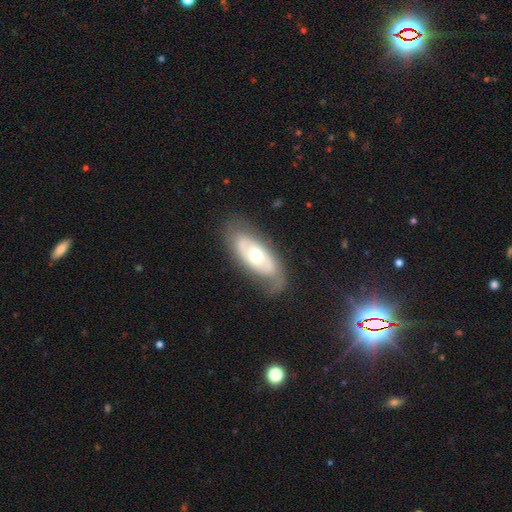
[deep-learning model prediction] The model was most divided on "smooth or featured": featured or disk: 58%, smooth: 36%, star or artifact: 6%. More confident: edge-on disk — no (85%); merging — none (73%).